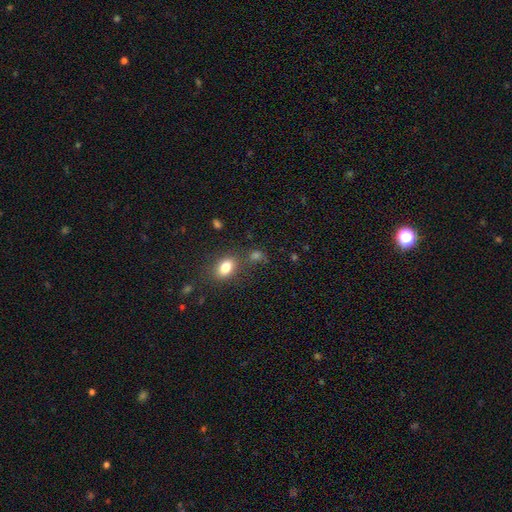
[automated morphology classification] A smooth galaxy with no disk features (76%) that is in between round and cigar-shaped (68%).

Vote fractions:
- Smooth or featured? smooth: 76% / star or artifact: 16% / featured or disk: 8%
- How rounded? in between: 68% / round: 29% / cigar-shaped: 3%
- Merging? none: 67% / merger: 16% / minor disturbance: 12% / major disturbance: 5%